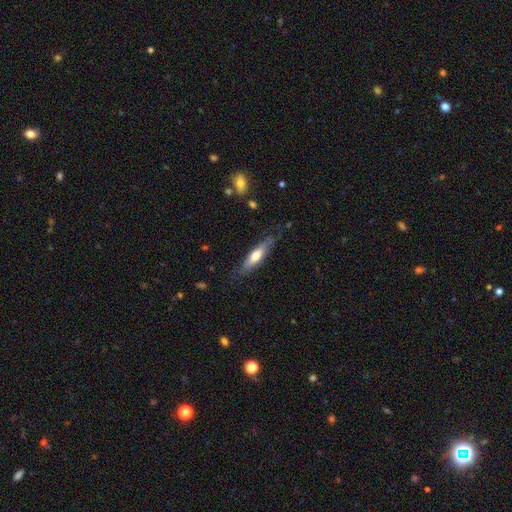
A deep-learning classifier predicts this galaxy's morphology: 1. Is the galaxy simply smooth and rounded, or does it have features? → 55% smooth, 40% featured or disk, 5% star or artifact.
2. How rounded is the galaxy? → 71% cigar-shaped, 28% in between, 2% round.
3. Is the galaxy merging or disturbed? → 75% none, 18% minor disturbance, 5% major disturbance, 1% merger.